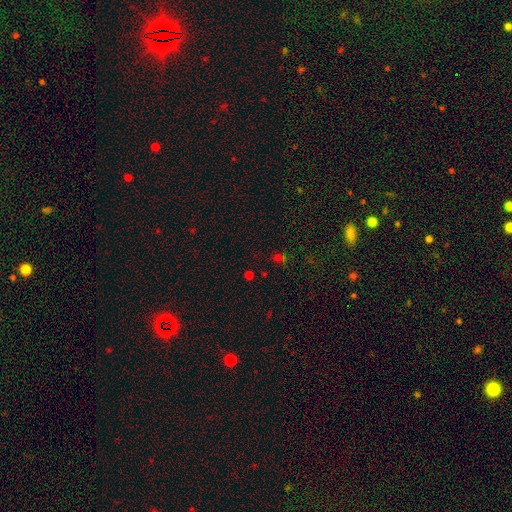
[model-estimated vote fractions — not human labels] star or artifact 50%, smooth 42%, featured or disk 7%.